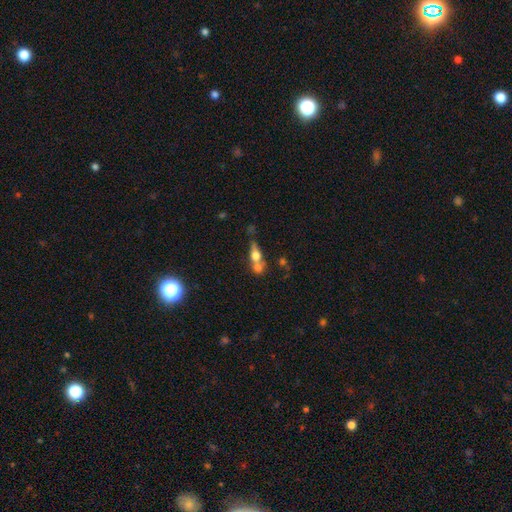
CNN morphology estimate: The model was most divided on "merging": merger: 51%, none: 33%, minor disturbance: 10%, major disturbance: 6%. More confident: smooth or featured — smooth (55%); how rounded — in between (51%).